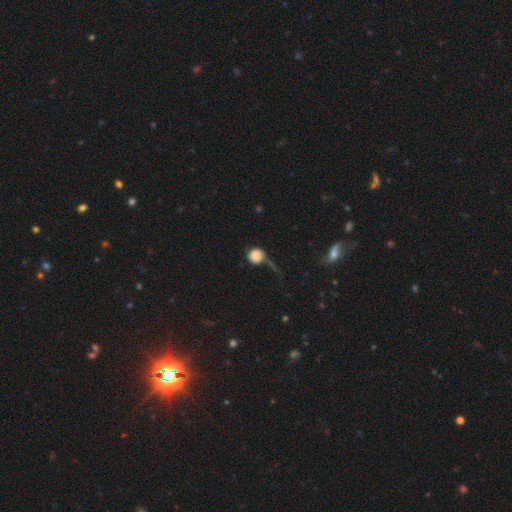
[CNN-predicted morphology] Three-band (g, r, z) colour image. It shows a smooth galaxy with no disk features (74%) that is round (90%). Merging: none (39%).